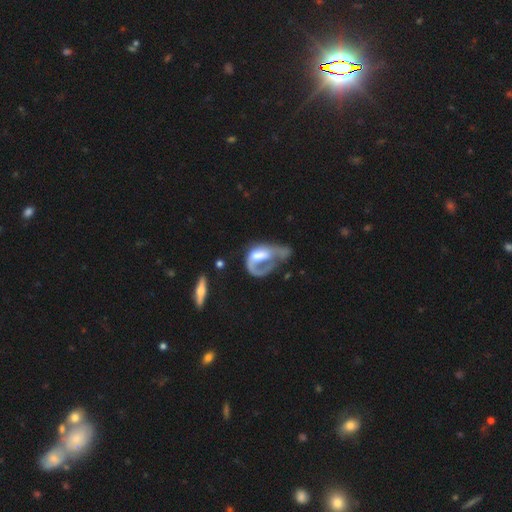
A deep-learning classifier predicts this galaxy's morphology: smooth-or-featured: featured or disk: 67% | smooth: 26% | star or artifact: 7%
  disk-edge-on: no: 95% | yes: 5%
    bar: no: 58% | weak: 29% | strong: 13%
    has-spiral-arms: yes: 61% | no: 39%
    bulge-size: moderate: 41% | large: 23% | small: 18% | none: 15% | dominant: 4%
  merging: major disturbance: 54% | none: 21% | minor disturbance: 14% | merger: 12%